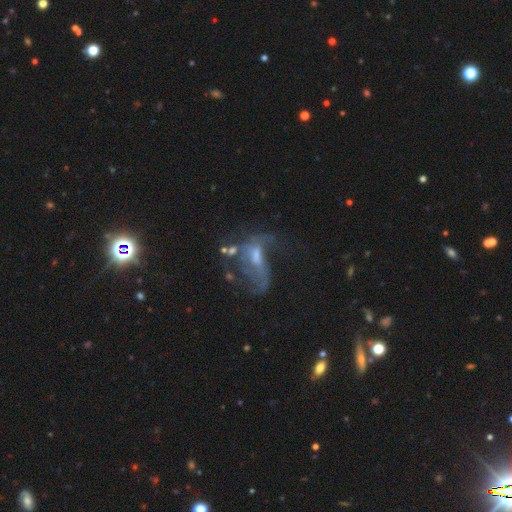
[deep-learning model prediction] smooth-or-featured: featured or disk: 70% | smooth: 15% | star or artifact: 14%
  disk-edge-on: no: 94% | yes: 6%
    bar: no: 45% | weak: 41% | strong: 14%
    has-spiral-arms: yes: 63% | no: 37%
    bulge-size: small: 41% | moderate: 38% | none: 15% | large: 4% | dominant: 1%
  merging: major disturbance: 39% | none: 34% | minor disturbance: 16% | merger: 10%